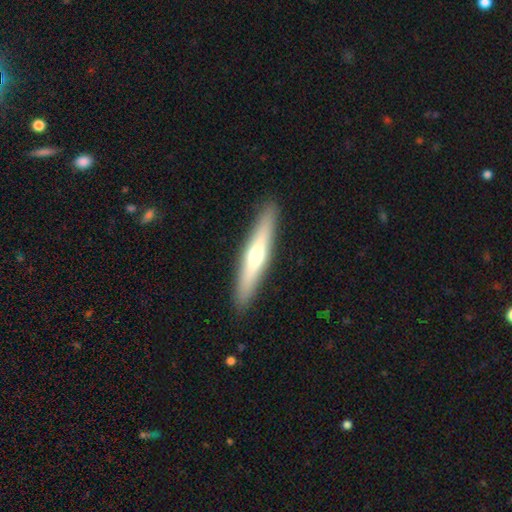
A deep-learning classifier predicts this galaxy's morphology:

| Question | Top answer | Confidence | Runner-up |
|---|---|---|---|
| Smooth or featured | smooth | 47% | tied: featured or disk (47%) |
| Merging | none | 91% | minor disturbance (6%) |